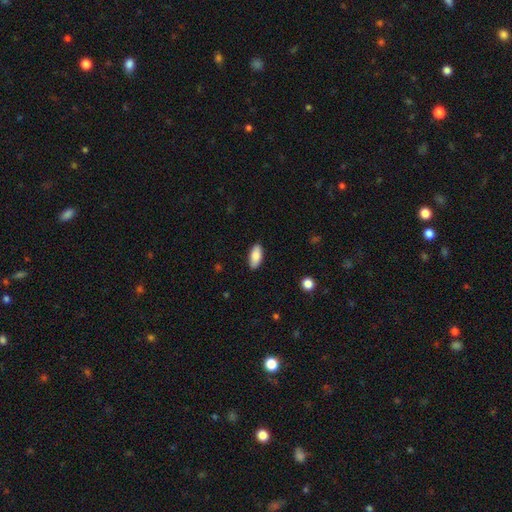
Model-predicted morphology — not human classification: smooth-or-featured: smooth: 85% | featured or disk: 9% | star or artifact: 6%
  how-rounded: in between: 89% | cigar-shaped: 9% | round: 2%
  merging: none: 88% | minor disturbance: 9% | major disturbance: 2% | merger: 1%